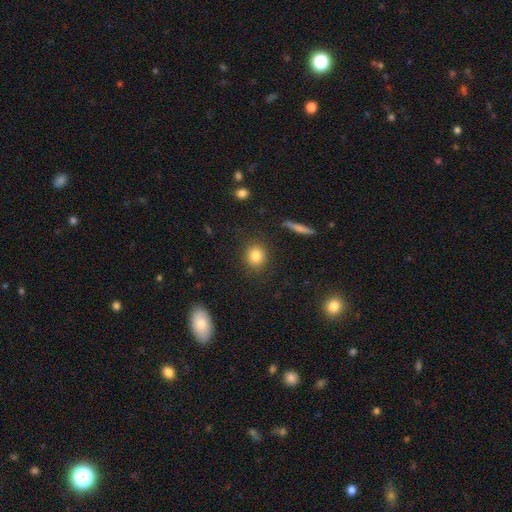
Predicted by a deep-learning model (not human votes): This appears to be a smooth galaxy with no disk features (83%) that is round (80%). Merging: none (87%).